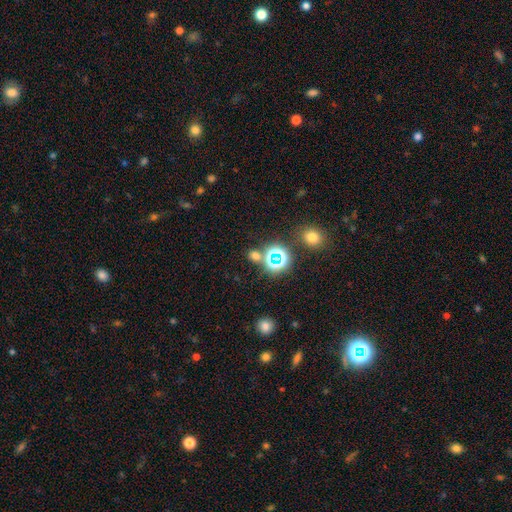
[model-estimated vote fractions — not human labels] smooth-or-featured: smooth: 51% | star or artifact: 43% | featured or disk: 7%
  how-rounded: round: 75% | in between: 23% | cigar-shaped: 2%
  merging: none: 74% | merger: 14% | minor disturbance: 8% | major disturbance: 4%